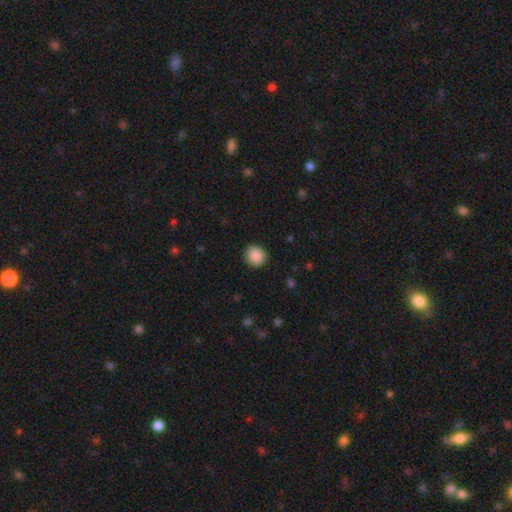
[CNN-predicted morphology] Overall: smooth (88%). How rounded: round (87%). Merging: none (89%).